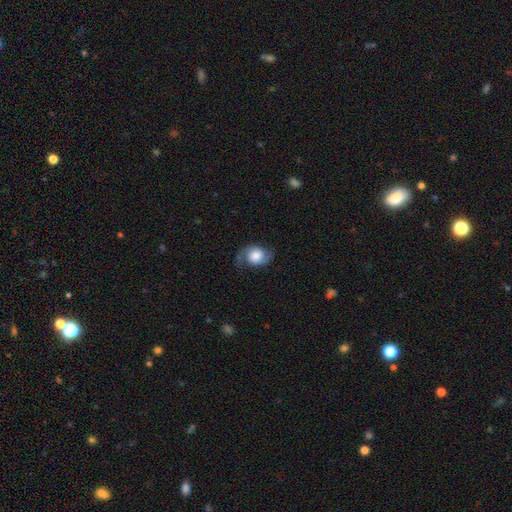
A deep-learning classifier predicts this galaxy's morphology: Smooth or featured?
  - featured or disk: 53% *
  - smooth: 38%
  - star or artifact: 8%
Edge-on disk?
  - no: 96% *
  - yes: 4%
Bar?
  - no: 71% *
  - weak: 24%
  - strong: 5%
Spiral arms?
  - yes: 89% *
  - no: 11%
Bulge size?
  - large: 37% *
  - moderate: 31%
  - dominant: 14%
  - small: 13%
  - none: 5%
Merging?
  - none: 60% *
  - minor disturbance: 24%
  - major disturbance: 15%
  - merger: 2%